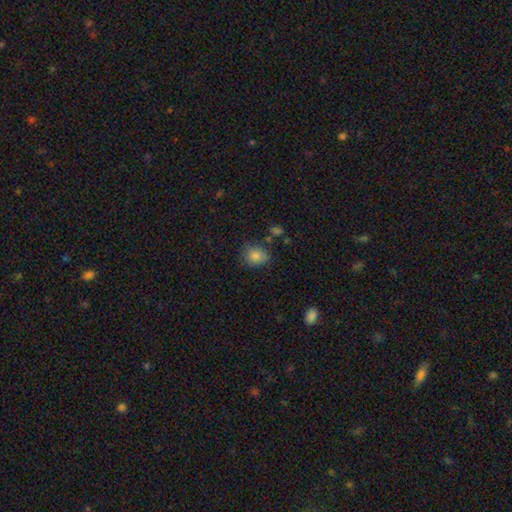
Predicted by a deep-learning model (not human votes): This is clearly a smooth galaxy (83%). How rounded: likely round (60%). Merging: likely none (75%).